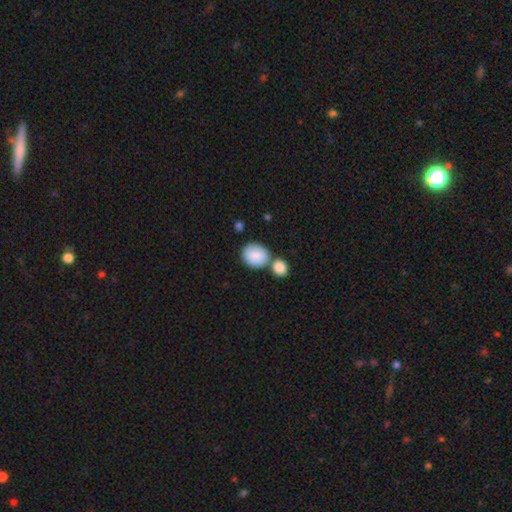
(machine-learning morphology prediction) This is clearly a smooth galaxy (86%). How rounded: likely round (66%). Merging: possibly none (51%).